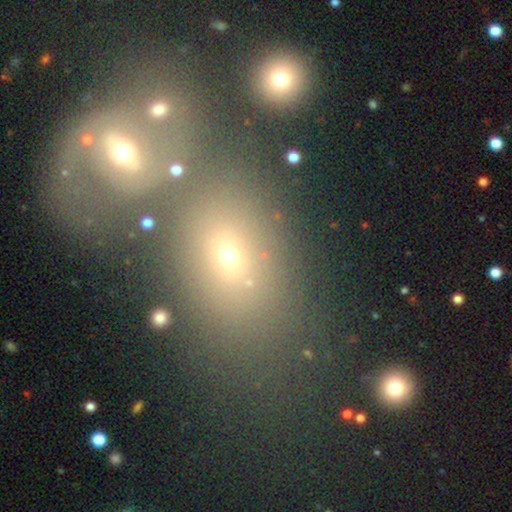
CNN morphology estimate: smooth 56%, featured or disk 22%, star or artifact 22%. Down the decision tree: how rounded — in between (68%); merging — none (48%).